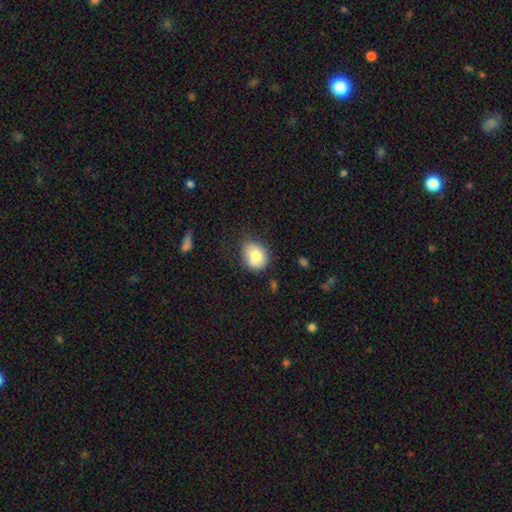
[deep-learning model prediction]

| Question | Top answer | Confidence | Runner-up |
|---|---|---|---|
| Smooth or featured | smooth | 77% | featured or disk (14%) |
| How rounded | in between | 50% | tied: round (50%) |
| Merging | none | 64% | minor disturbance (24%) |